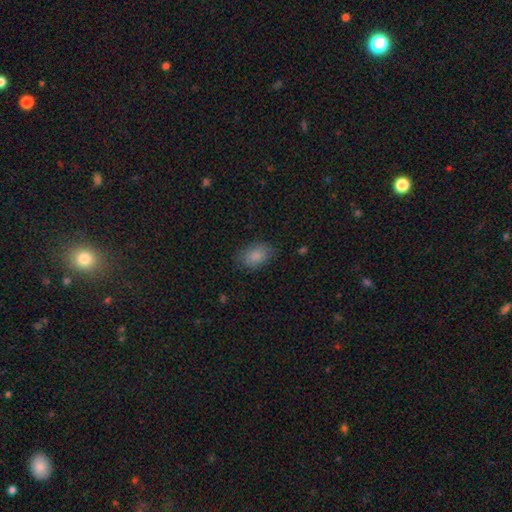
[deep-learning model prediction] Smooth or featured: smooth — 86% (star or artifact — 8%)
How rounded: in between — 85% (round — 14%)
Merging: none — 80% (minor disturbance — 15%)